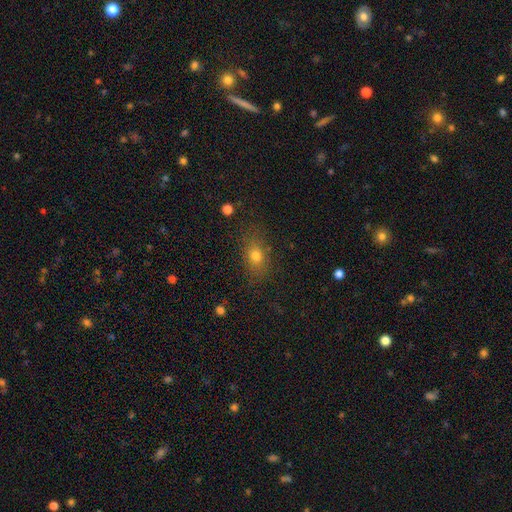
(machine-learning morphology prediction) smooth-or-featured: smooth: 74% | star or artifact: 14% | featured or disk: 12%
  how-rounded: in between: 69% | round: 27% | cigar-shaped: 4%
  merging: none: 81% | minor disturbance: 13% | major disturbance: 5% | merger: 1%